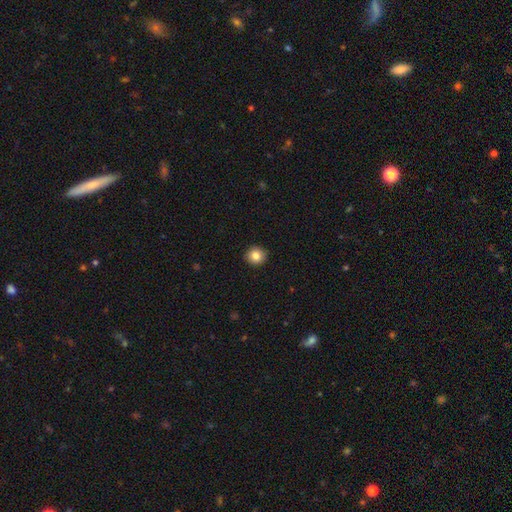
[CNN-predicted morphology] Q: Smooth or featured?
A: smooth (84%); runner-up: star or artifact (9%)
Q: How rounded?
A: round (87%); runner-up: in between (12%)
Q: Merging?
A: none (92%); runner-up: minor disturbance (6%)